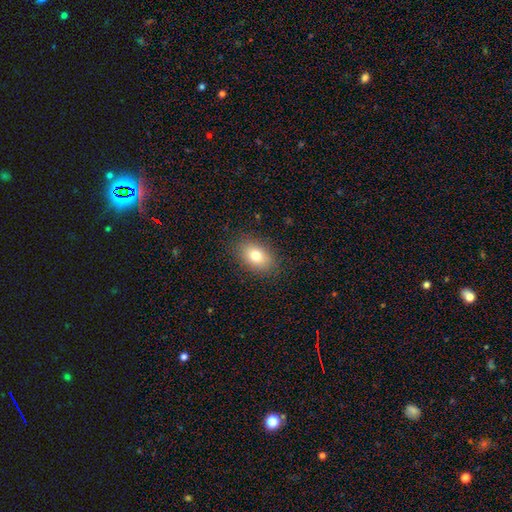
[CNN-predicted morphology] Smooth or featured: smooth — 78% (featured or disk — 12%)
How rounded: in between — 83% (round — 16%)
Merging: none — 87% (minor disturbance — 9%)